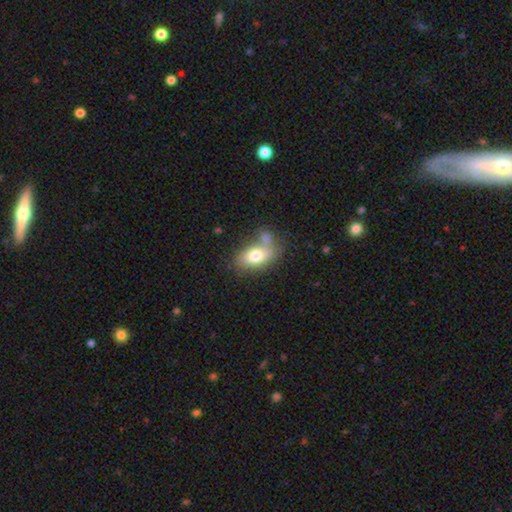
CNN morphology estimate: A smooth galaxy with no disk features (73%) that is in between round and cigar-shaped (87%).

Vote fractions:
- Smooth or featured? smooth: 73% / featured or disk: 19% / star or artifact: 8%
- How rounded? in between: 87% / round: 9% / cigar-shaped: 4%
- Merging? none: 49% / merger: 25% / minor disturbance: 18% / major disturbance: 7%